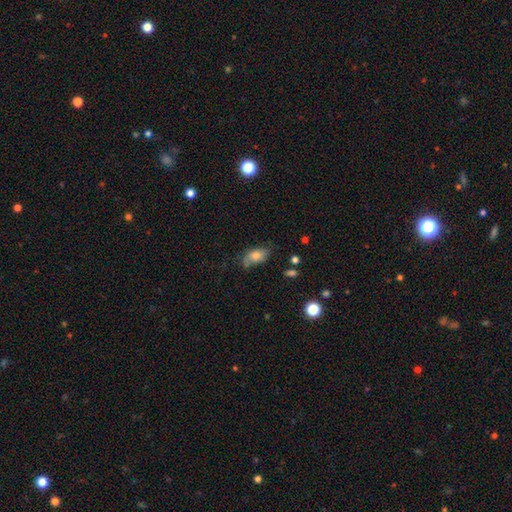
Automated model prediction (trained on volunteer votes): smooth 73%, featured or disk 19%, star or artifact 9%. Down the decision tree: how rounded — in between (89%); merging — none (55%).